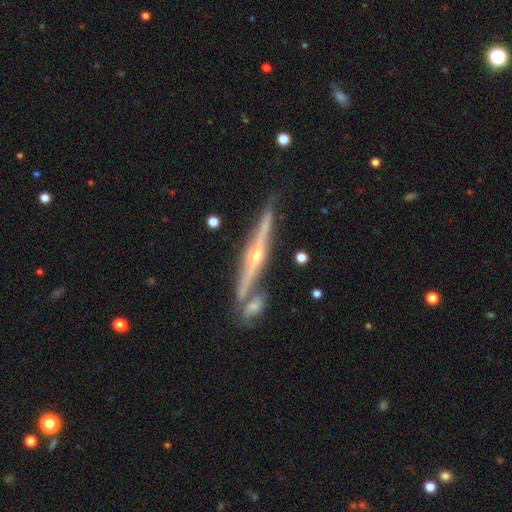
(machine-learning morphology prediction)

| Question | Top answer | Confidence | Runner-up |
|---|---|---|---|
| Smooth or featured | featured or disk | 86% | smooth (9%) |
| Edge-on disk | yes | 97% | no (3%) |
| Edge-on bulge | rounded | 89% | none (8%) |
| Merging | none | 74% | merger (13%) |